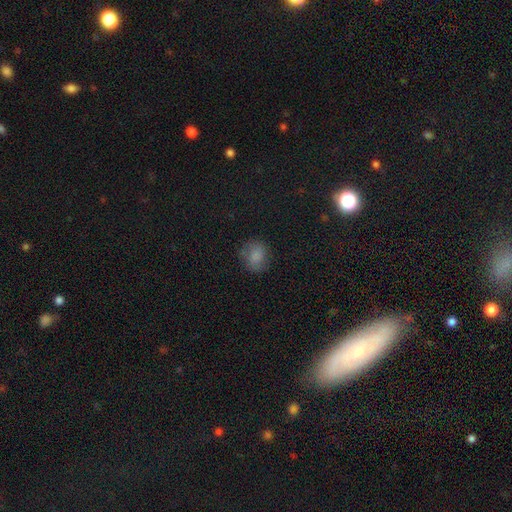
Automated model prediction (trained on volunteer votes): A smooth galaxy with no disk features (72%) that is round (67%). Merging: none (74%).